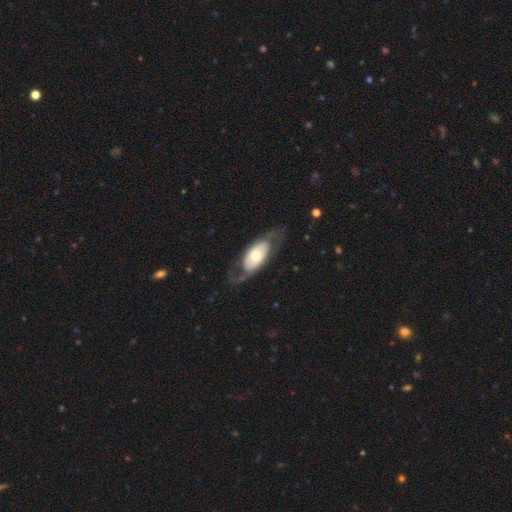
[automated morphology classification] A featured or disk galaxy (58%). Merging: none (64%).